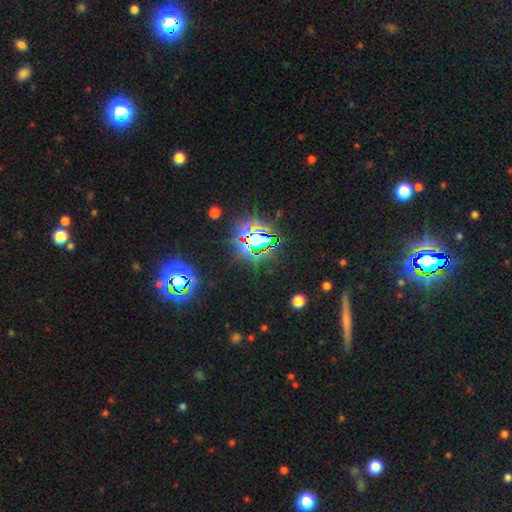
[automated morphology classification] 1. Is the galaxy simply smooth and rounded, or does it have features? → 76% star or artifact, 13% smooth, 11% featured or disk.